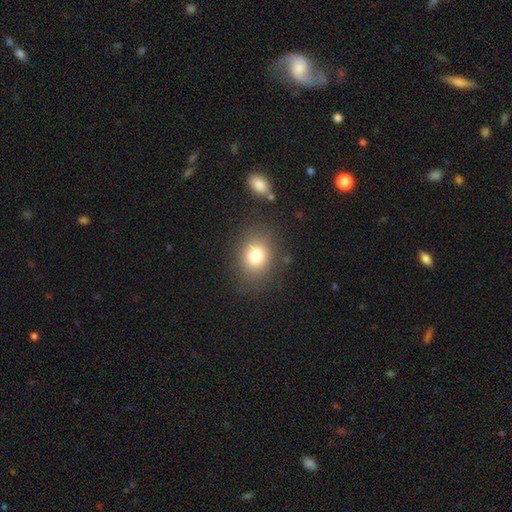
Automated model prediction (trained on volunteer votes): A smooth galaxy with no disk features (79%) that is round (58%).

Vote fractions:
- Smooth or featured? smooth: 79% / star or artifact: 12% / featured or disk: 9%
- How rounded? round: 58% / in between: 41% / cigar-shaped: 1%
- Merging? none: 82% / minor disturbance: 11% / major disturbance: 5% / merger: 3%